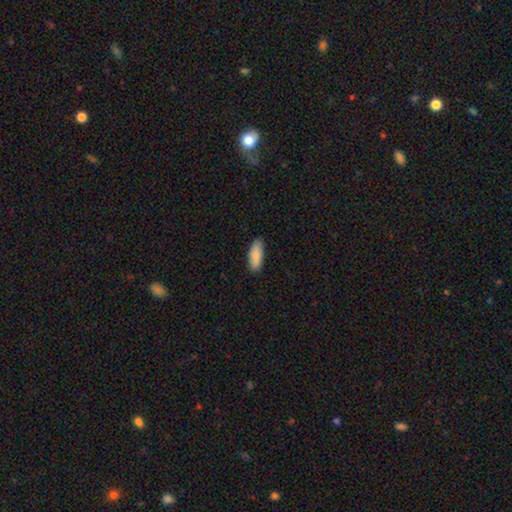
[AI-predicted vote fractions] Smooth or featured: smooth — 89% (star or artifact — 6%)
How rounded: in between — 72% (cigar-shaped — 27%)
Merging: none — 87% (minor disturbance — 10%)